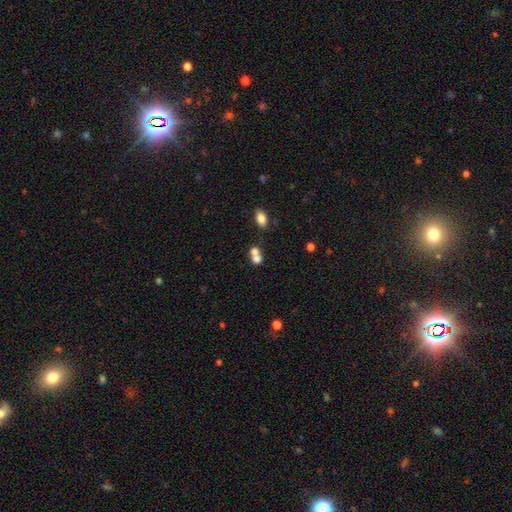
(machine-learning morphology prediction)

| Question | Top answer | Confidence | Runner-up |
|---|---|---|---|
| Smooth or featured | smooth | 73% | featured or disk (14%) |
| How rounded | round | 54% | in between (44%) |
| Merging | merger | 63% | none (27%) |